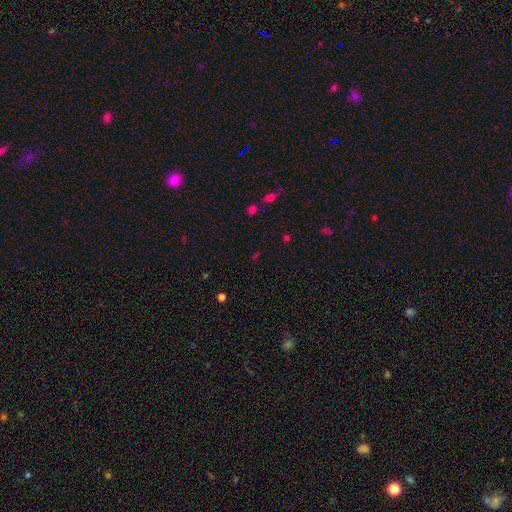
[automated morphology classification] This is possibly a star or artifact rather than a galaxy (57%).